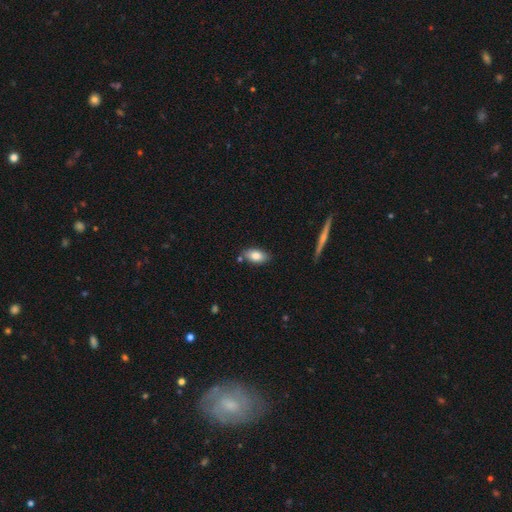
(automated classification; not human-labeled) smooth 80%, featured or disk 13%, star or artifact 7%. Down the decision tree: how rounded — in between (91%); merging — none (79%).